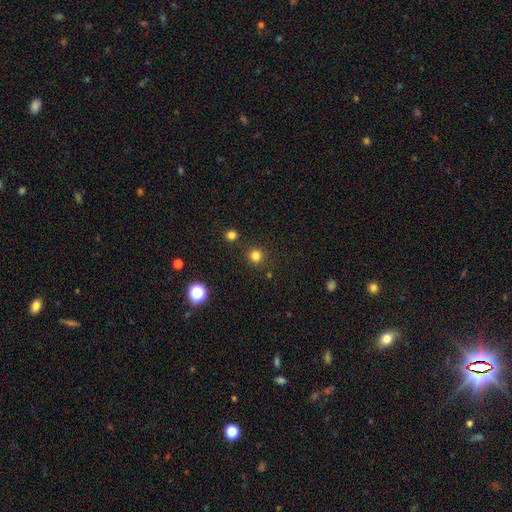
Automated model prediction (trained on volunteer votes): Smooth or featured? Predicted: smooth (p=0.80). How rounded? Predicted: round (p=0.93). Merging? Predicted: none (p=0.88).